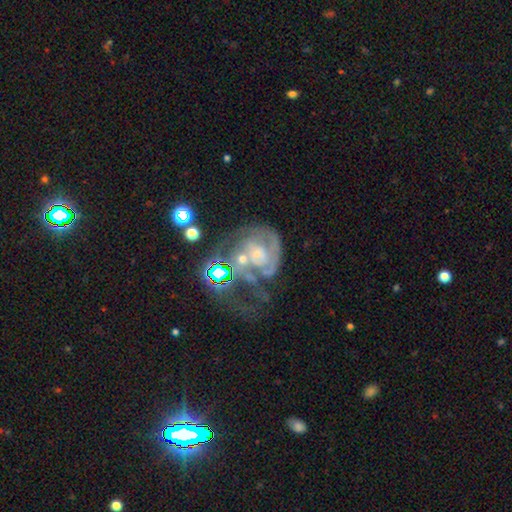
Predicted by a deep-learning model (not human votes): Smooth or featured?
  - featured or disk: 73% *
  - smooth: 14%
  - star or artifact: 13%
Edge-on disk?
  - no: 98% *
  - yes: 2%
Bar?
  - no: 74% *
  - weak: 21%
  - strong: 5%
Spiral arms?
  - yes: 71% *
  - no: 29%
Spiral winding?
  - tight: 50% *
  - medium: 32%
  - loose: 18%
Spiral arm count?
  - can't tell: 41% *
  - 2: 27%
  - 1: 16%
  - 3: 9%
  - 4: 4%
  - more than 4: 3%
Bulge size?
  - small: 54% *
  - moderate: 23%
  - none: 18%
  - large: 3%
  - dominant: 2%
Merging?
  - major disturbance: 39% *
  - none: 23%
  - merger: 22%
  - minor disturbance: 16%